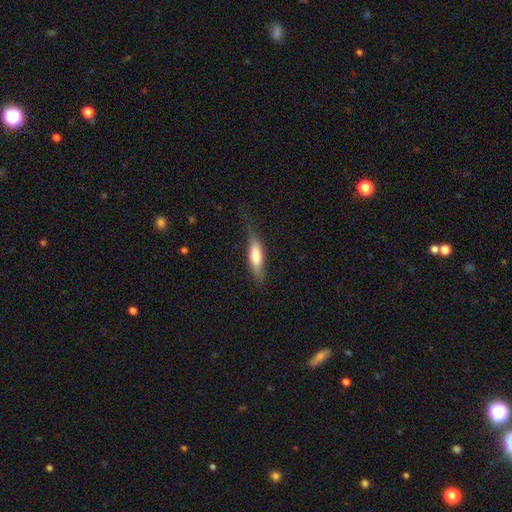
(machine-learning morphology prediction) Smooth or featured?
  - smooth: 70% *
  - featured or disk: 25%
  - star or artifact: 6%
How rounded?
  - cigar-shaped: 52% *
  - in between: 46%
  - round: 2%
Merging?
  - none: 67% *
  - minor disturbance: 24%
  - major disturbance: 8%
  - merger: 1%